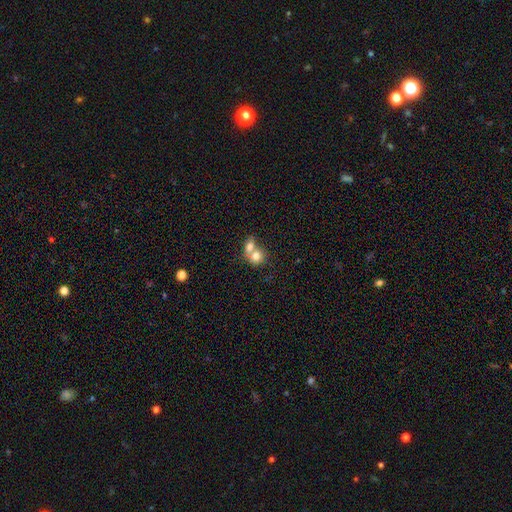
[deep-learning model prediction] This is likely a smooth galaxy (75%). How rounded: likely round (66%). Merging: likely merger (70%).